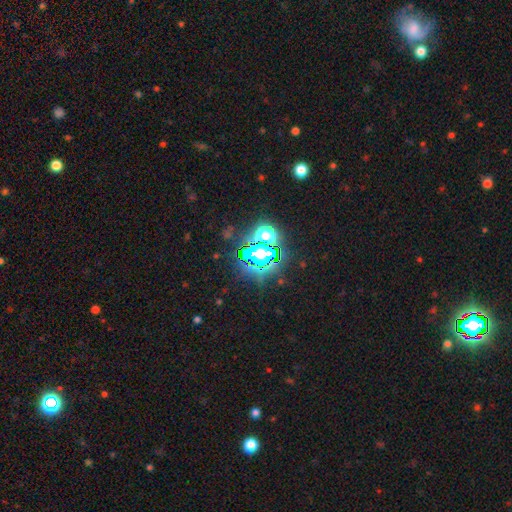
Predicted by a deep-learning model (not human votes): A star or artifact, not a galaxy (83%).